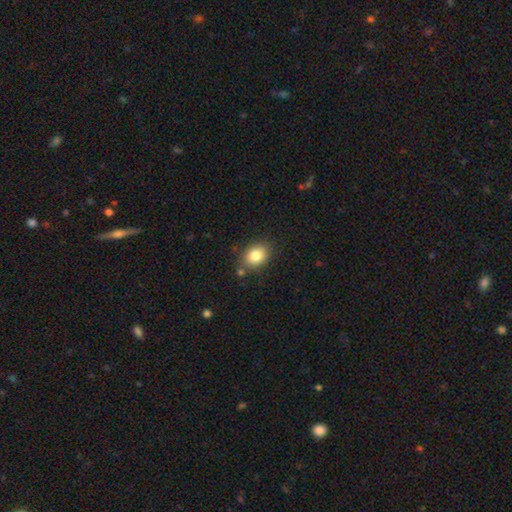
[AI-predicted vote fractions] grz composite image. It shows a smooth galaxy with no disk features (82%) that is in between round and cigar-shaped (56%). Merging: none (80%).